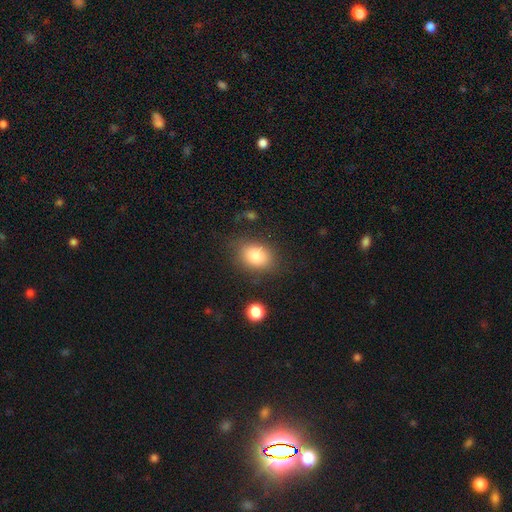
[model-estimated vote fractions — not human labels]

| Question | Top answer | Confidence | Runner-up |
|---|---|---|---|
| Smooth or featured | smooth | 83% | star or artifact (9%) |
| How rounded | in between | 66% | round (33%) |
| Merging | none | 76% | minor disturbance (15%) |